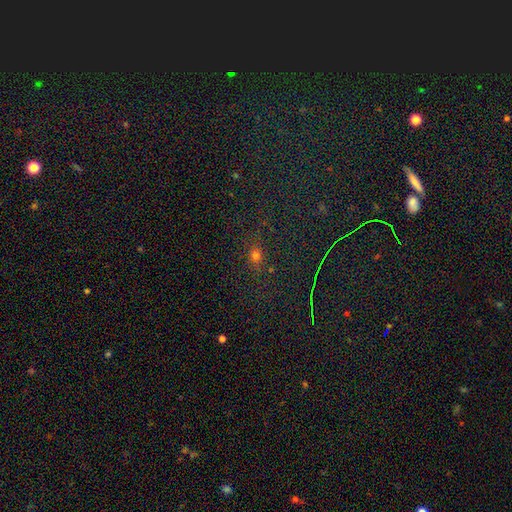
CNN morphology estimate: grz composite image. It shows a smooth galaxy with no disk features (57%) that is round (57%). Merging: none (78%).